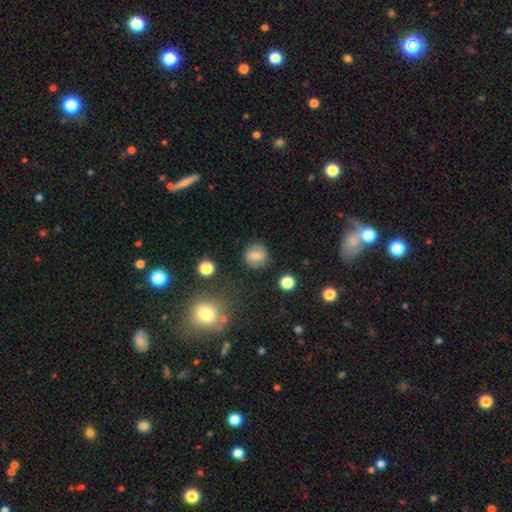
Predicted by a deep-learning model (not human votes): Overall: smooth (67%). How rounded: round (86%). Merging: none (85%).